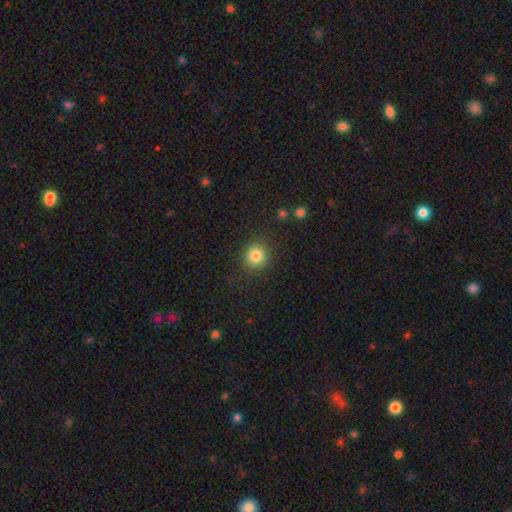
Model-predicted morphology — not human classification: Overall: smooth (83%). How rounded: round (92%). Merging: none (88%).